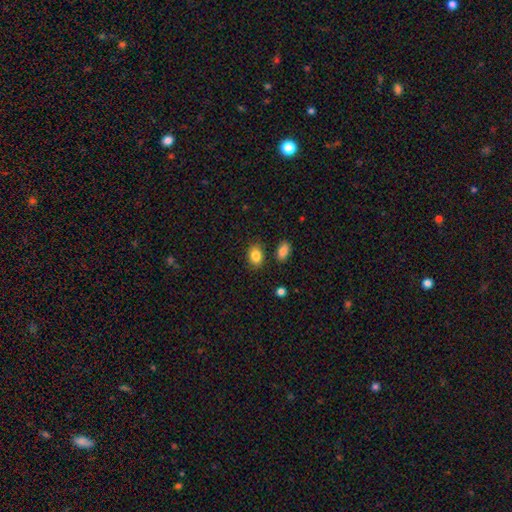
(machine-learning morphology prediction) Smooth or featured: smooth — 85% (star or artifact — 9%)
How rounded: in between — 73% (round — 25%)
Merging: none — 81% (minor disturbance — 11%)